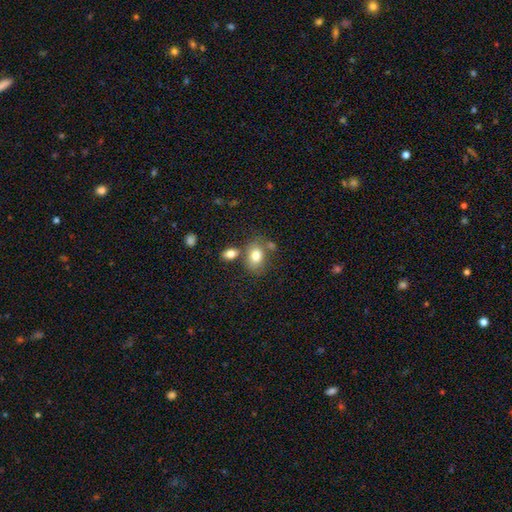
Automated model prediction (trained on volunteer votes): A smooth galaxy with no disk features (79%) that is in between round and cigar-shaped (72%).

Vote fractions:
- Smooth or featured? smooth: 79% / featured or disk: 12% / star or artifact: 9%
- How rounded? in between: 72% / round: 27% / cigar-shaped: 1%
- Merging? none: 58% / merger: 21% / minor disturbance: 15% / major disturbance: 5%